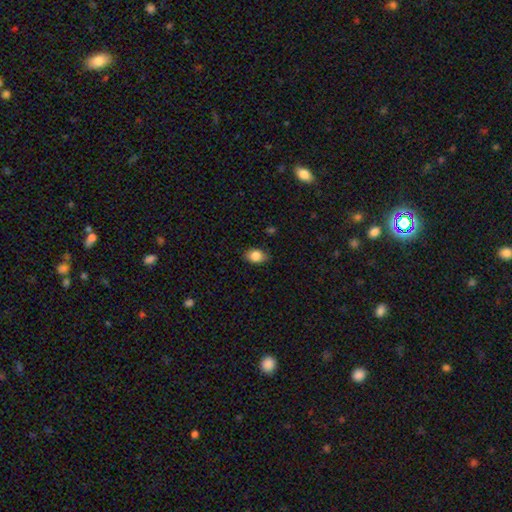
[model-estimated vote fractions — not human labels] smooth-or-featured: smooth: 84% | star or artifact: 8% | featured or disk: 8%
  how-rounded: in between: 75% | round: 23% | cigar-shaped: 1%
  merging: none: 82% | minor disturbance: 14% | major disturbance: 3% | merger: 1%